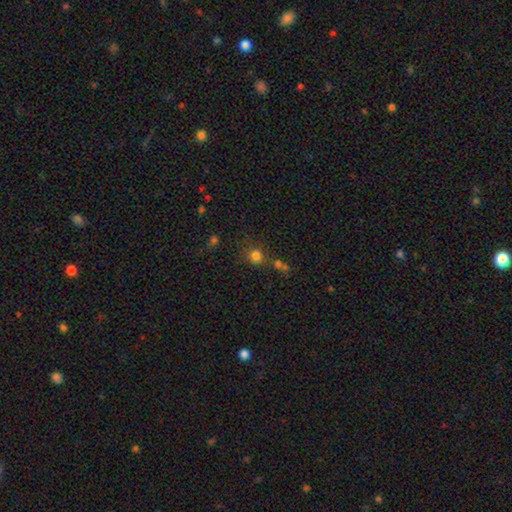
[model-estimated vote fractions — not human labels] smooth_or_featured: smooth (p=0.76) [alt: star or artifact p=0.18]
how_rounded: round (p=0.87) [alt: in between p=0.12]
merging: none (p=0.64) [alt: merger p=0.17]